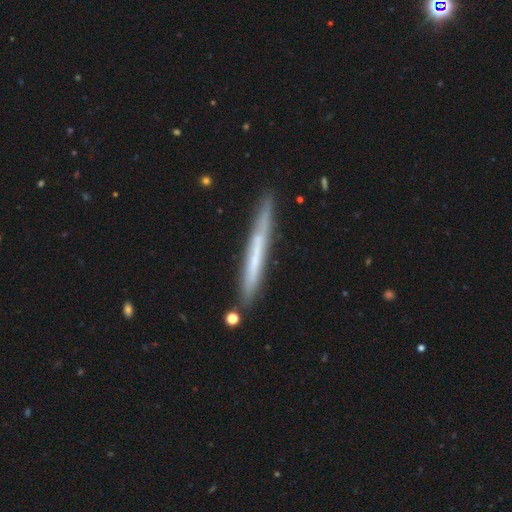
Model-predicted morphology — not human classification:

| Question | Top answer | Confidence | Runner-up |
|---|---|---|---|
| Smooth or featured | featured or disk | 53% | smooth (40%) |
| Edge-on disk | yes | 93% | no (7%) |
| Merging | none | 85% | minor disturbance (10%) |